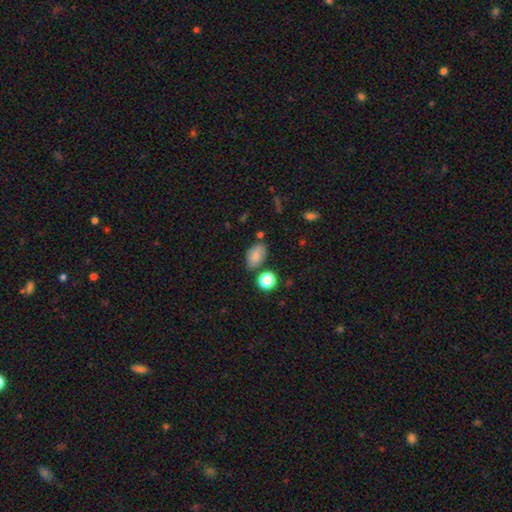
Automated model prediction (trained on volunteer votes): Smooth or featured? Predicted: smooth (p=0.79). How rounded? Predicted: in between (p=0.86). Merging? Predicted: none (p=0.71).